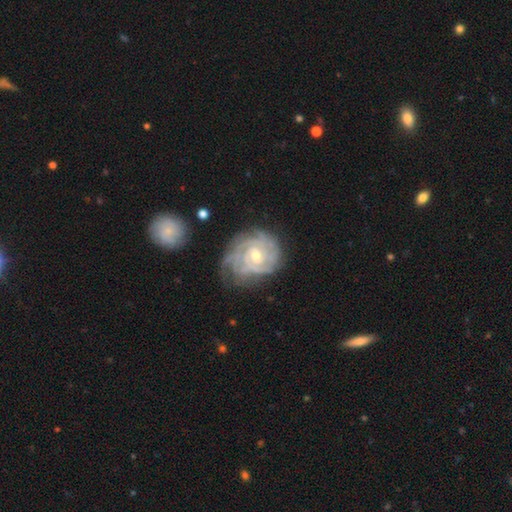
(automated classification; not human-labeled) A featured or disk galaxy (85%) with no bar (65%), tight (78%) spiral arms (95%) and a small central bulge (51%).

Vote fractions:
- Smooth or featured? featured or disk: 85% / smooth: 9% / star or artifact: 6%
- Edge-on disk? no: 97% / yes: 3%
- Bar? no: 65% / weak: 29% / strong: 7%
- Spiral arms? yes: 95% / no: 5%
- Spiral winding? tight: 78% / medium: 18% / loose: 4%
- Spiral arm count? can't tell: 39% / 4: 18% / 3: 18% / 2: 12% / more than 4: 7% / 1: 6%
- Bulge size? small: 51% / moderate: 45% / large: 2% / none: 1% / dominant: 1%
- Merging? none: 63% / minor disturbance: 23% / major disturbance: 11% / merger: 3%